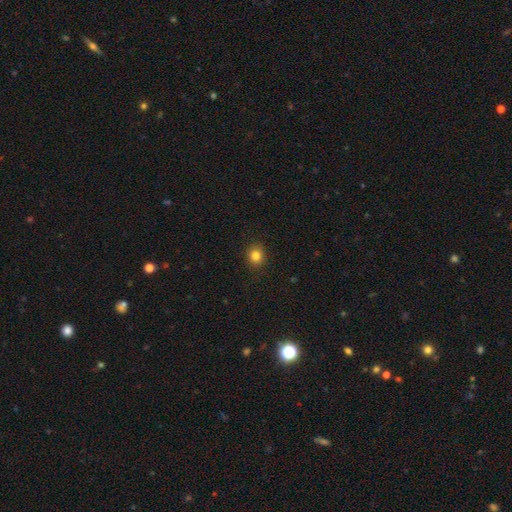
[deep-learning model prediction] smooth 83%, star or artifact 12%, featured or disk 6%. Down the decision tree: how rounded — round (76%); merging — none (90%).